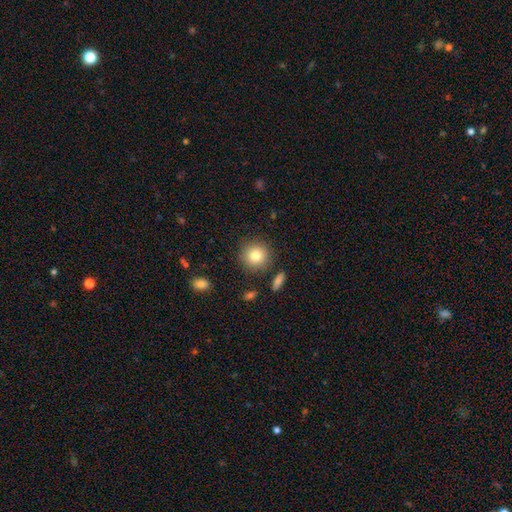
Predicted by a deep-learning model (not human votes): Q: Smooth or featured?
A: smooth (81%); runner-up: featured or disk (10%)
Q: How rounded?
A: round (93%); runner-up: in between (6%)
Q: Merging?
A: none (87%); runner-up: minor disturbance (8%)